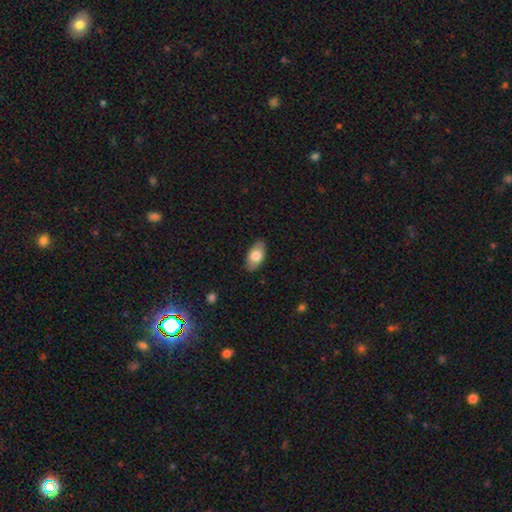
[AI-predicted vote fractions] smooth_or_featured: smooth (p=0.76) [alt: featured or disk p=0.18]
how_rounded: in between (p=0.93) [alt: round p=0.04]
merging: none (p=0.87) [alt: minor disturbance p=0.10]